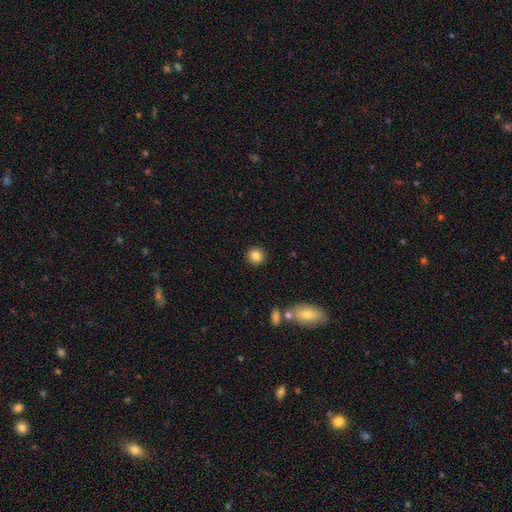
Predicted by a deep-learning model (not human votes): Overall: smooth (85%). How rounded: round (87%). Merging: none (91%).